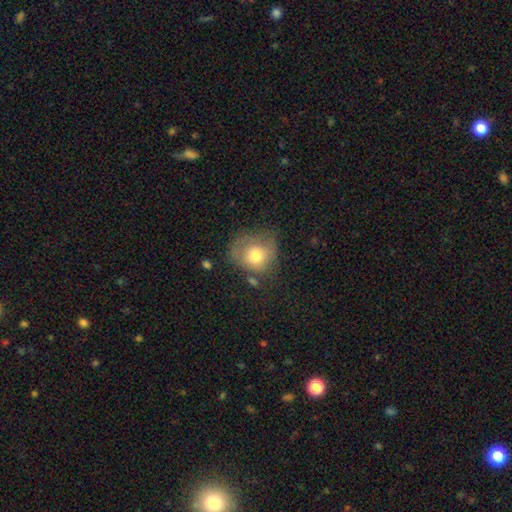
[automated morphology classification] This appears to be a smooth galaxy with no disk features (71%) that is round (75%). Merging: none (42%).